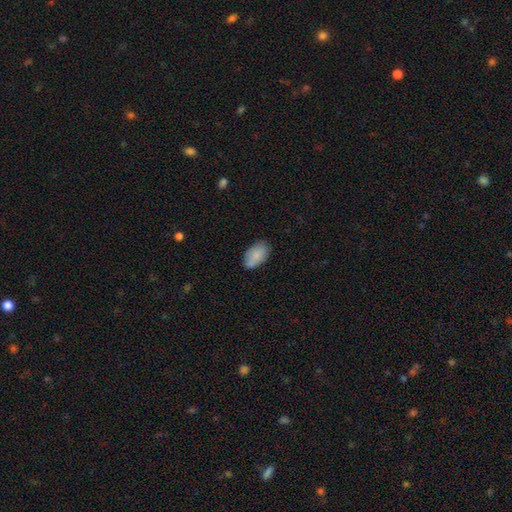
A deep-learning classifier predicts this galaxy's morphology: Smooth or featured? Predicted: smooth (p=0.81). How rounded? Predicted: in between (p=0.94). Merging? Predicted: none (p=0.72).